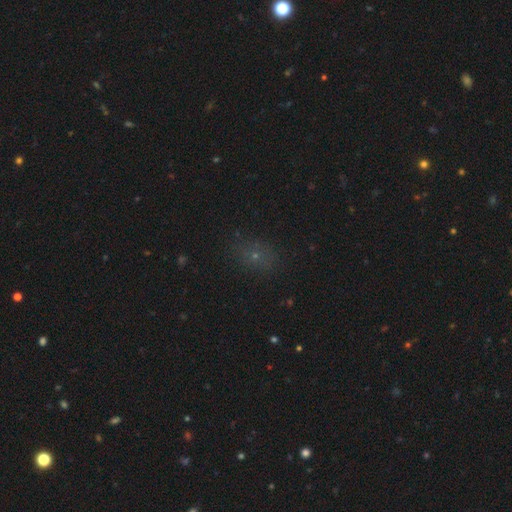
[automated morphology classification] A smooth galaxy with no disk features (57%) that is round (55%).

Vote fractions:
- Smooth or featured? smooth: 57% / star or artifact: 32% / featured or disk: 12%
- How rounded? round: 55% / in between: 43% / cigar-shaped: 2%
- Merging? none: 79% / minor disturbance: 13% / major disturbance: 6% / merger: 2%